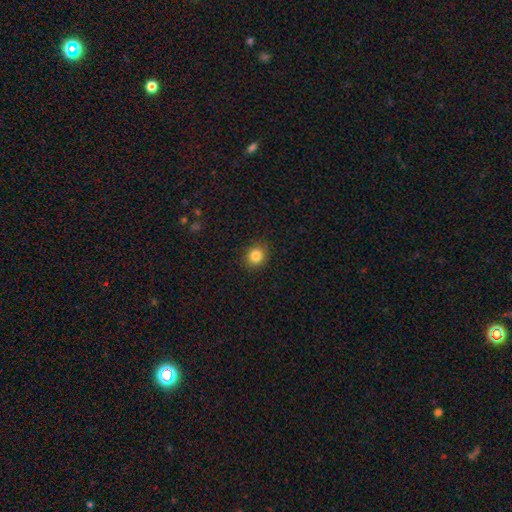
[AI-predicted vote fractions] Smooth or featured: smooth — 84% (star or artifact — 11%)
How rounded: round — 79% (in between — 20%)
Merging: none — 88% (minor disturbance — 9%)